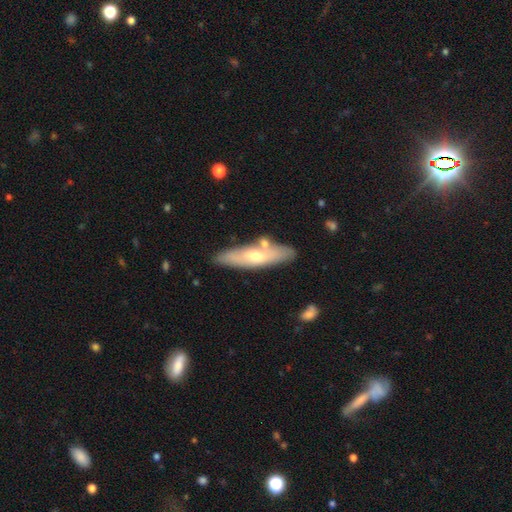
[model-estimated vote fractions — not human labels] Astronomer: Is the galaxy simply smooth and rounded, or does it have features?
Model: featured or disk — 48% (runner-up: smooth, 46%).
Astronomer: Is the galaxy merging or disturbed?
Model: none — 78%.